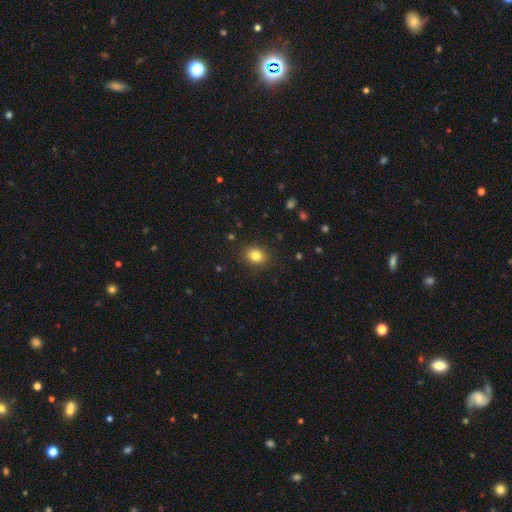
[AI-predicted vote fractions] Q: Smooth or featured?
A: smooth (83%); runner-up: star or artifact (11%)
Q: How rounded?
A: round (52%); runner-up: in between (47%)
Q: Merging?
A: none (88%); runner-up: minor disturbance (8%)